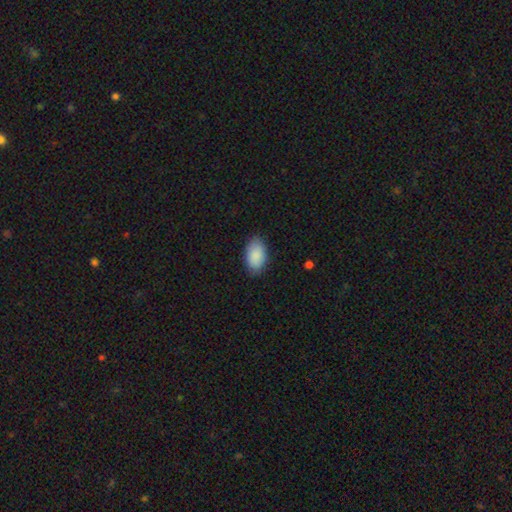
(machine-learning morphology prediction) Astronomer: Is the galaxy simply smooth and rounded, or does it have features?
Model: smooth — 90%.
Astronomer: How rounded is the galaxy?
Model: in between — 94%.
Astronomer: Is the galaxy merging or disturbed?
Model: none — 83%.